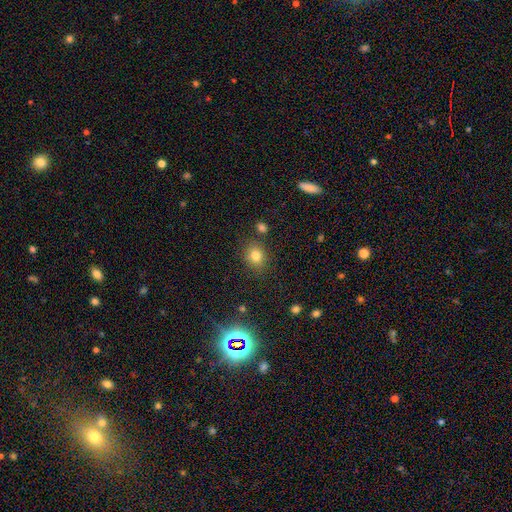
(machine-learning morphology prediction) A smooth galaxy with no disk features (78%) that is round (62%). Merging: none (81%).